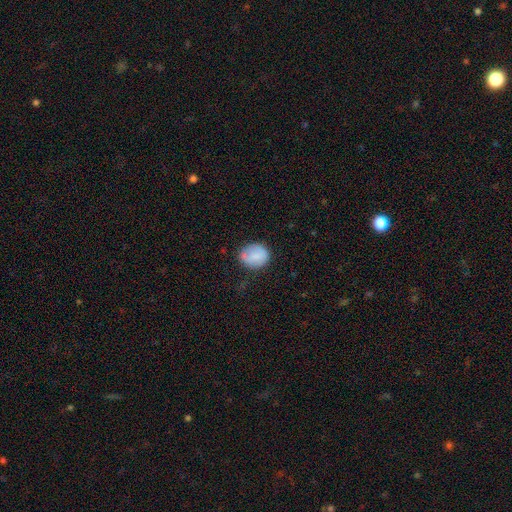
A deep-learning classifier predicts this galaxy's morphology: Smooth or featured?
  - smooth: 78% *
  - featured or disk: 15%
  - star or artifact: 7%
How rounded?
  - round: 63% *
  - in between: 36%
  - cigar-shaped: 1%
Merging?
  - none: 68% *
  - minor disturbance: 23%
  - major disturbance: 7%
  - merger: 2%